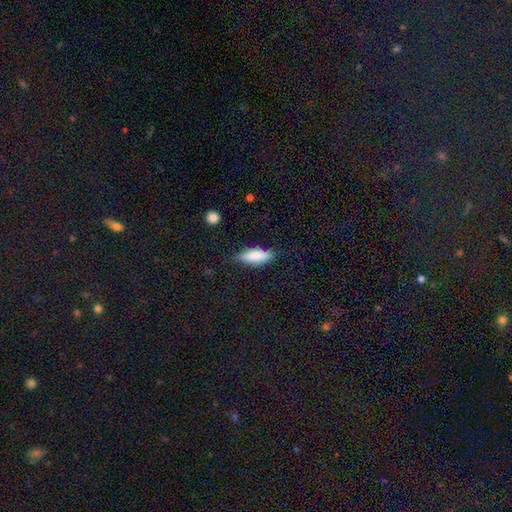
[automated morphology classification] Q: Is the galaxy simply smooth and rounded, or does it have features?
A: smooth — 77%.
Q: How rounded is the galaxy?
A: in between — 58%.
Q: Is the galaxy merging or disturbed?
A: none — 75%.